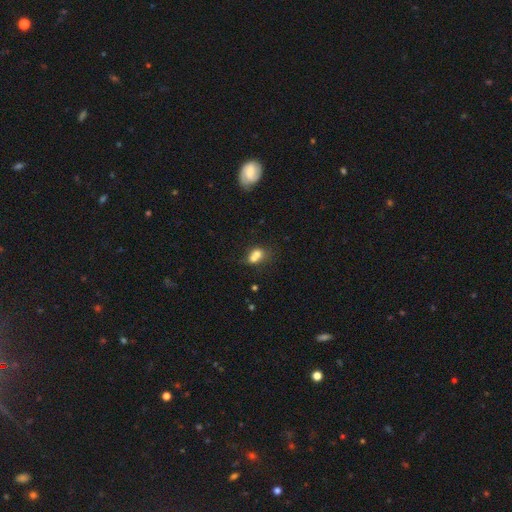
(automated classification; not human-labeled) Q: Smooth or featured?
A: smooth (69%); runner-up: featured or disk (18%)
Q: How rounded?
A: in between (60%); runner-up: round (37%)
Q: Merging?
A: merger (55%); runner-up: none (27%)